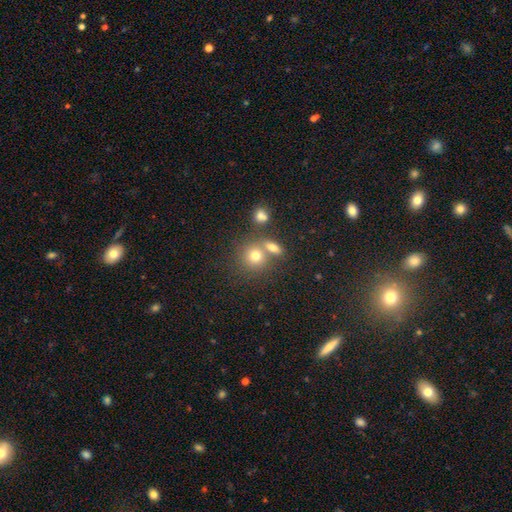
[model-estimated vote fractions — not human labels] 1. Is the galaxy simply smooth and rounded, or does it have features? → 73% smooth, 14% star or artifact, 12% featured or disk.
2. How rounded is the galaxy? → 83% round, 16% in between, 1% cigar-shaped.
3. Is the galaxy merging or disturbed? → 55% none, 32% merger, 9% minor disturbance, 4% major disturbance.